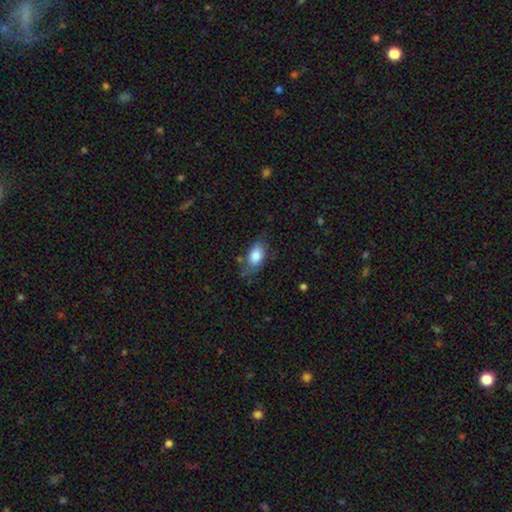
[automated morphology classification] Smooth or featured? smooth (82%)
How rounded? in between (89%)
Merging? none (63%)